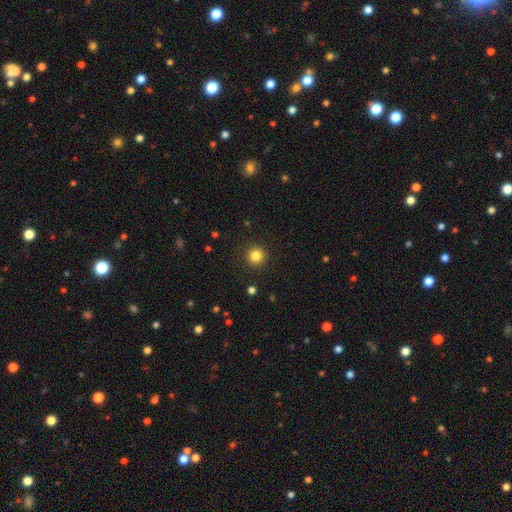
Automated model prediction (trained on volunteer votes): Smooth or featured: smooth — 84% (star or artifact — 12%)
How rounded: round — 95% (in between — 4%)
Merging: none — 91% (minor disturbance — 5%)